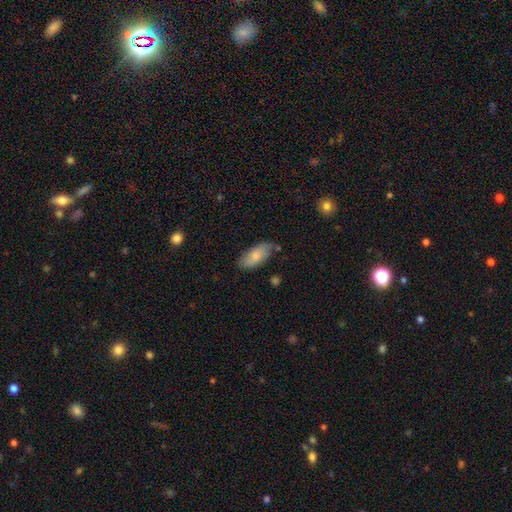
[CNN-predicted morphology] Smooth or featured: smooth — 74% (featured or disk — 20%)
How rounded: in between — 89% (cigar-shaped — 9%)
Merging: none — 70% (minor disturbance — 23%)